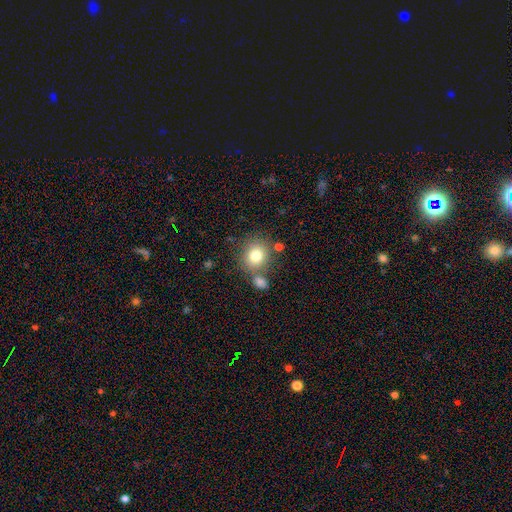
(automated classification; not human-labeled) The model was most divided on "merging": none: 67%, merger: 17%, minor disturbance: 11%, major disturbance: 4%. More confident: smooth or featured — smooth (78%); how rounded — round (78%).